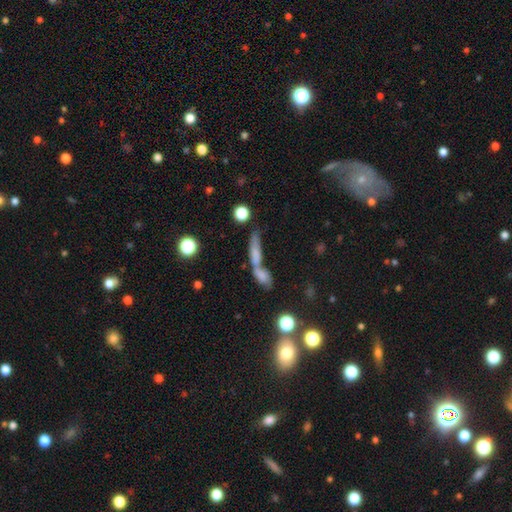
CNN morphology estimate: Smooth or featured? Predicted: smooth (p=0.61). How rounded? Predicted: cigar-shaped (p=0.61). Merging? Predicted: merger (p=0.57).